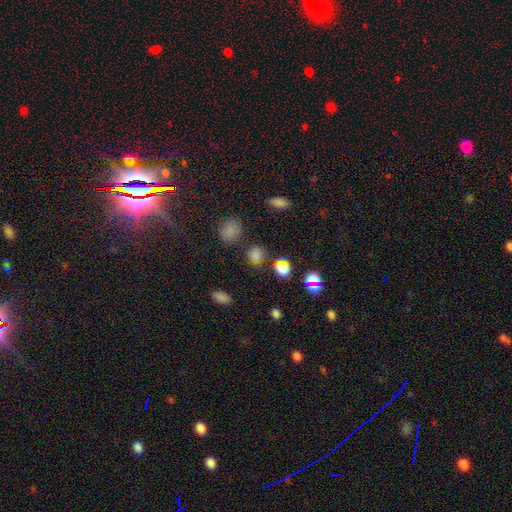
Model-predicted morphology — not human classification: type=smooth (70%); roundness=round (74%); merging=none (74%).